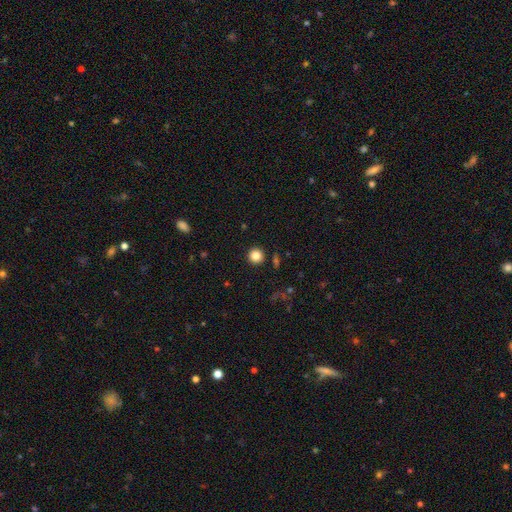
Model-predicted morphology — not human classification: This appears to be a smooth galaxy with no disk features (84%) that is round (95%). Merging: none (91%).